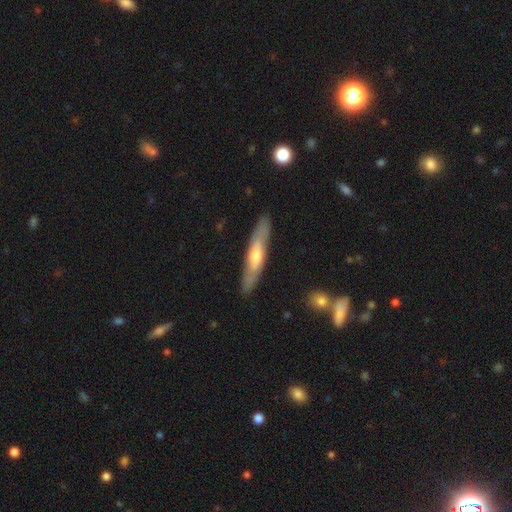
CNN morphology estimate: A featured or disk galaxy (56%) viewed edge-on (72%). Merging: none (87%).